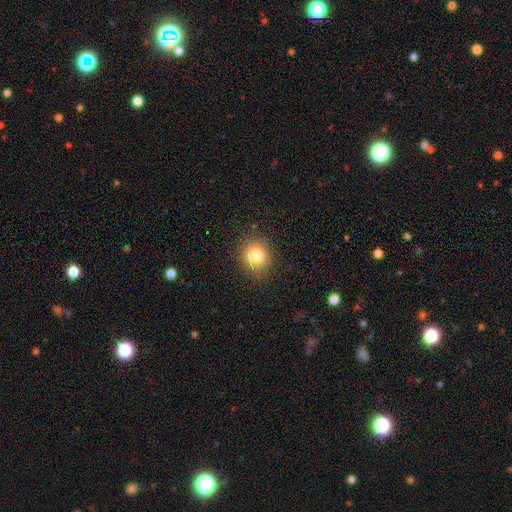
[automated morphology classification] This appears to be a smooth galaxy with no disk features (80%) that is round (85%). Merging: none (84%).